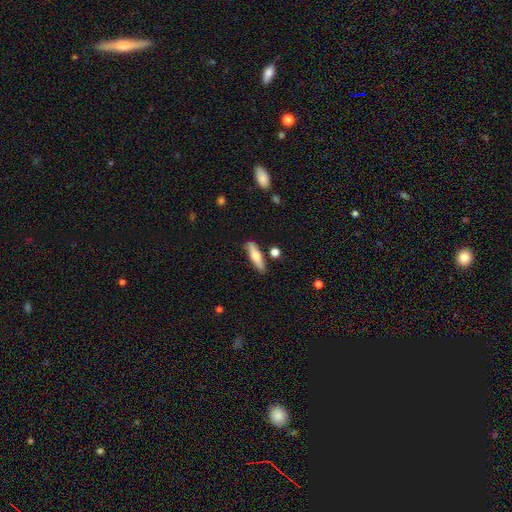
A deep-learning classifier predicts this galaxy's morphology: Smooth or featured? smooth (61%)
How rounded? cigar-shaped (69%)
Merging? none (82%)